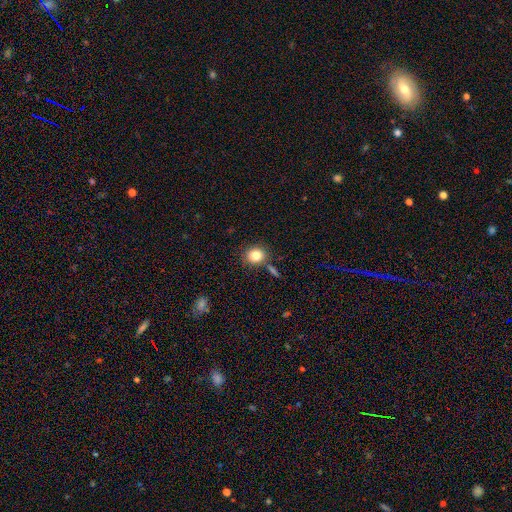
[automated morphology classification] type=smooth (82%); roundness=round (76%); merging=none (78%).